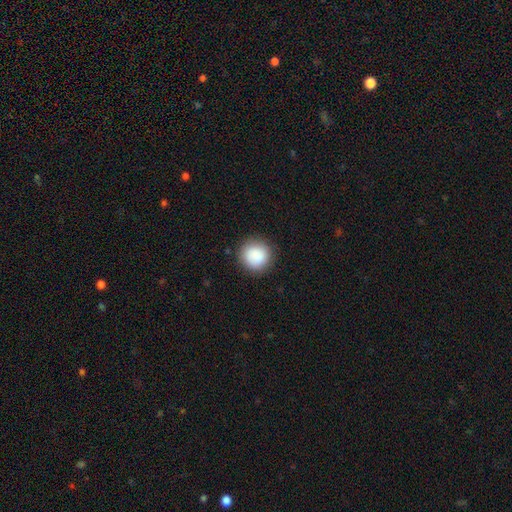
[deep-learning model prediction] This appears to be a smooth galaxy with no disk features (88%) that is round (92%). Merging: none (88%).